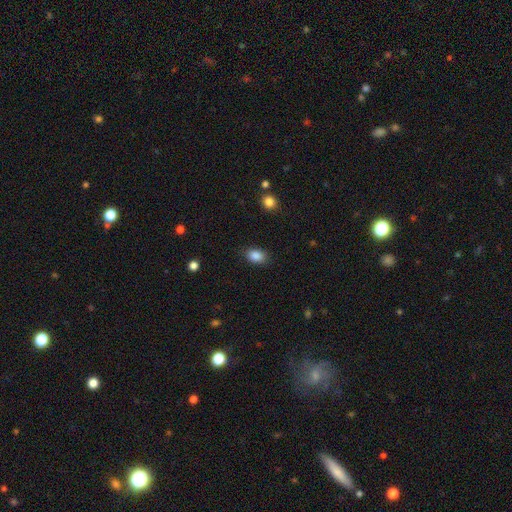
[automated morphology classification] Q: Smooth or featured?
A: smooth (87%); runner-up: star or artifact (9%)
Q: How rounded?
A: in between (82%); runner-up: round (17%)
Q: Merging?
A: none (86%); runner-up: minor disturbance (11%)